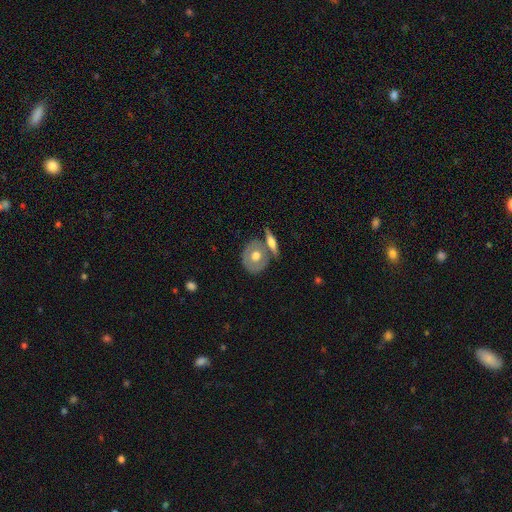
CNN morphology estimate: smooth 50%, featured or disk 44%, star or artifact 6%. Down the decision tree: how rounded — round (58%); merging — none (58%).